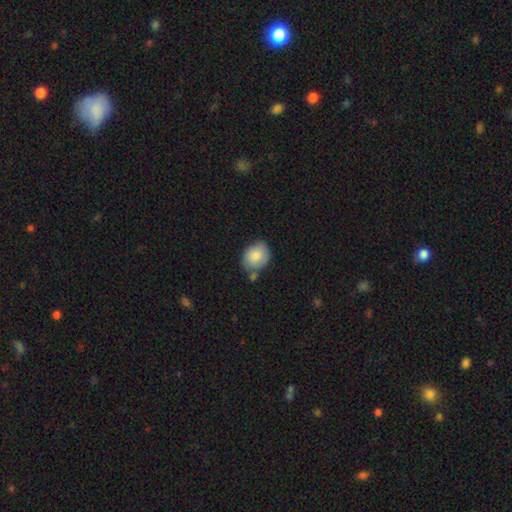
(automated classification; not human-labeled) Overall: smooth (82%). How rounded: round (53%; in between 46%). Merging: none (62%; minor disturbance 22%).